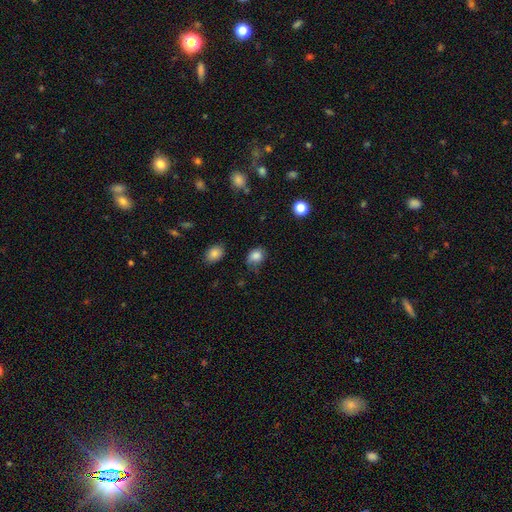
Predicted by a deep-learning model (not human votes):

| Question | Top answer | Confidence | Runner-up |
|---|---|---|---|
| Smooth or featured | smooth | 84% | star or artifact (10%) |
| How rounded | in between | 50% | round (49%) |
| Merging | none | 56% | minor disturbance (32%) |